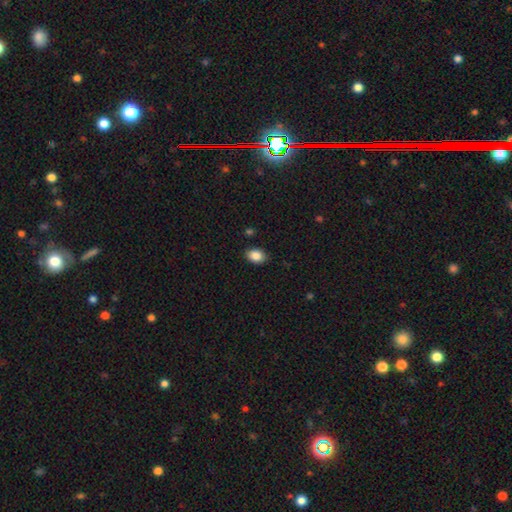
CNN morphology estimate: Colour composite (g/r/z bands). It shows a smooth galaxy with no disk features (87%) that is in between round and cigar-shaped (75%). Merging: none (86%).